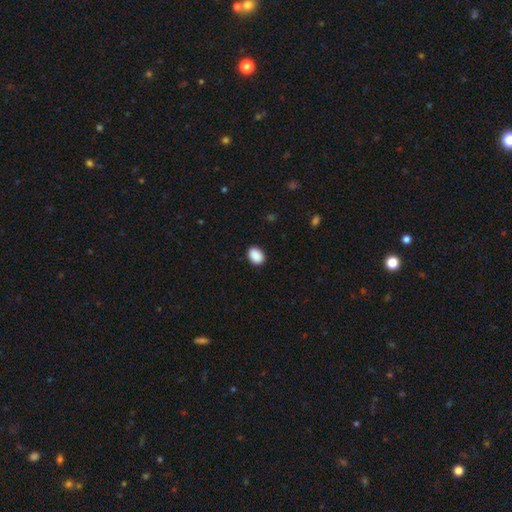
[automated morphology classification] This appears to be a smooth galaxy with no disk features (90%) that is in between round and cigar-shaped (77%). Merging: none (89%).